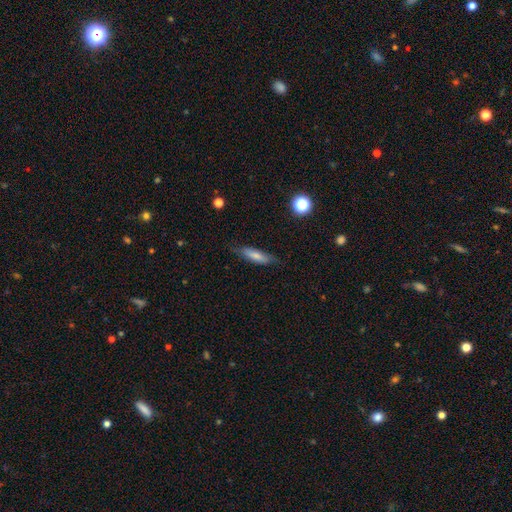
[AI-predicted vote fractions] A smooth galaxy with no disk features (65%) that is cigar-shaped (61%).

Vote fractions:
- Smooth or featured? smooth: 65% / featured or disk: 28% / star or artifact: 7%
- How rounded? cigar-shaped: 61% / in between: 36% / round: 2%
- Merging? none: 74% / minor disturbance: 19% / major disturbance: 5% / merger: 1%